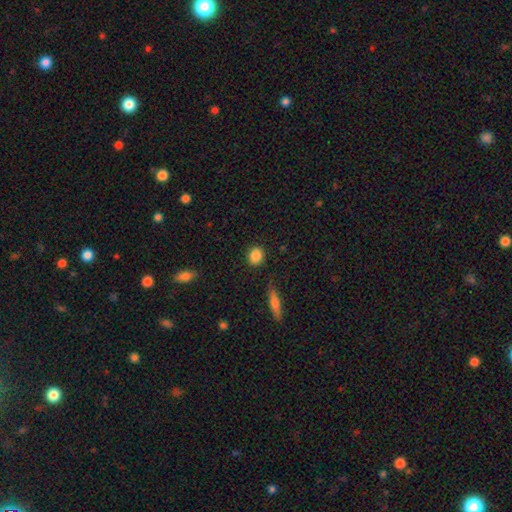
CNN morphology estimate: smooth-or-featured: smooth: 87% | star or artifact: 8% | featured or disk: 5%
  how-rounded: round: 72% | in between: 26% | cigar-shaped: 2%
  merging: none: 89% | minor disturbance: 7% | major disturbance: 2% | merger: 2%